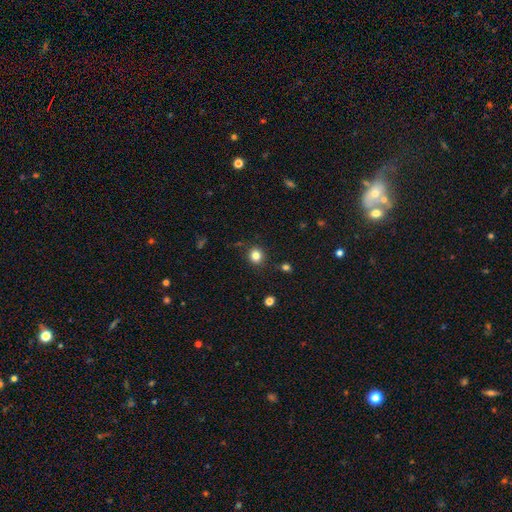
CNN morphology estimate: Smooth or featured: smooth — 82% (star or artifact — 13%)
How rounded: round — 86% (in between — 13%)
Merging: none — 88% (minor disturbance — 8%)